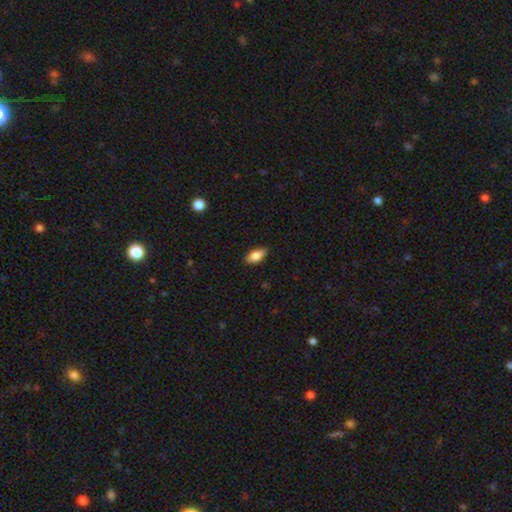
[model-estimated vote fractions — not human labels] smooth 82%, featured or disk 11%, star or artifact 7%. Down the decision tree: how rounded — in between (89%); merging — none (83%).